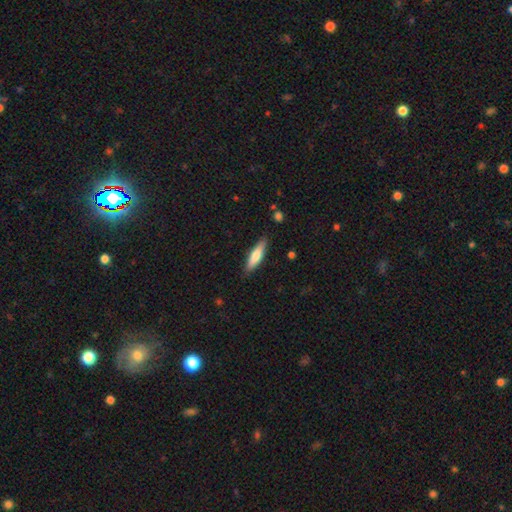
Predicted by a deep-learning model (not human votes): smooth 71%, featured or disk 24%, star or artifact 6%. Down the decision tree: how rounded — cigar-shaped (69%); merging — none (87%).